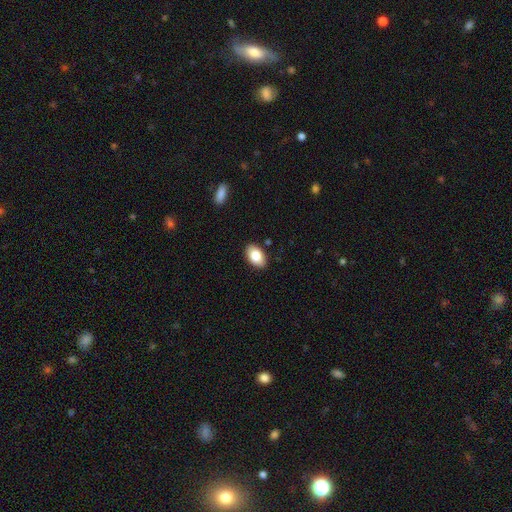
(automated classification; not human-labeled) smooth_or_featured: smooth (p=0.83) [alt: featured or disk p=0.10]
how_rounded: in between (p=0.92) [alt: round p=0.07]
merging: none (p=0.88) [alt: minor disturbance p=0.09]